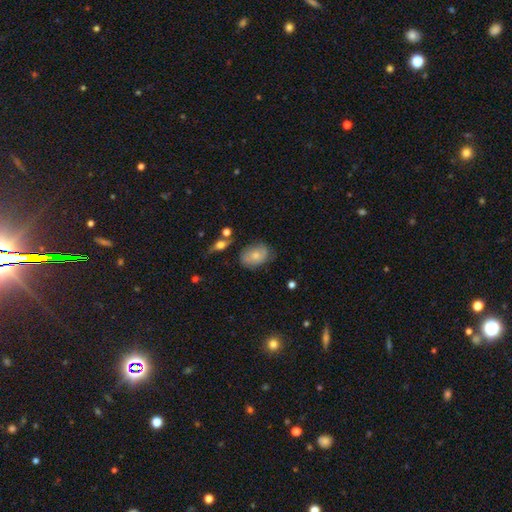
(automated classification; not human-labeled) The model was most divided on "merging": none: 63%, minor disturbance: 26%, major disturbance: 7%, merger: 3%. More confident: how rounded — in between (79%); smooth or featured — smooth (67%).